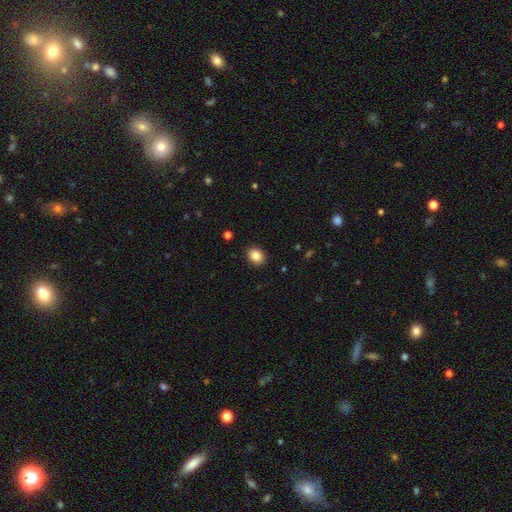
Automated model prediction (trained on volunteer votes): Q: Smooth or featured?
A: smooth (87%); runner-up: star or artifact (9%)
Q: How rounded?
A: in between (56%); runner-up: round (43%)
Q: Merging?
A: none (90%); runner-up: minor disturbance (7%)